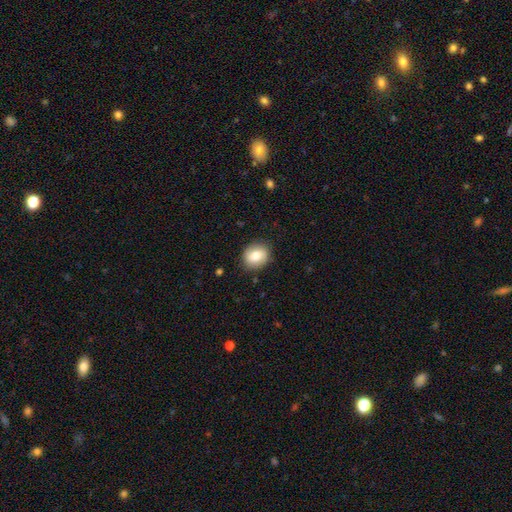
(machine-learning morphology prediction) Smooth or featured?
  - smooth: 76% *
  - featured or disk: 16%
  - star or artifact: 8%
How rounded?
  - round: 69% *
  - in between: 30%
  - cigar-shaped: 1%
Merging?
  - none: 86% *
  - minor disturbance: 10%
  - major disturbance: 3%
  - merger: 1%